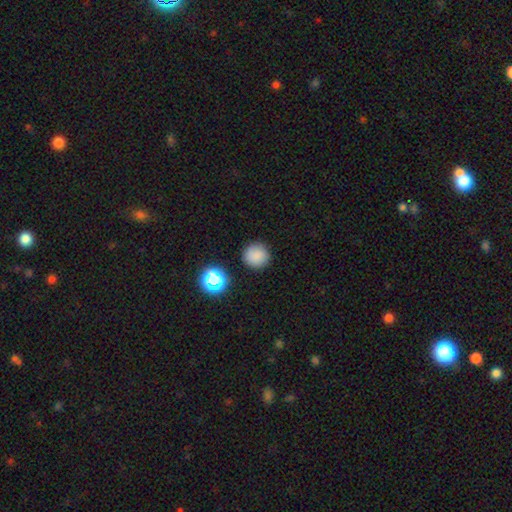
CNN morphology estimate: A smooth galaxy with no disk features (83%) that is round (94%).

Vote fractions:
- Smooth or featured? smooth: 83% / star or artifact: 13% / featured or disk: 5%
- How rounded? round: 94% / in between: 5% / cigar-shaped: 1%
- Merging? none: 89% / minor disturbance: 7% / major disturbance: 2% / merger: 2%